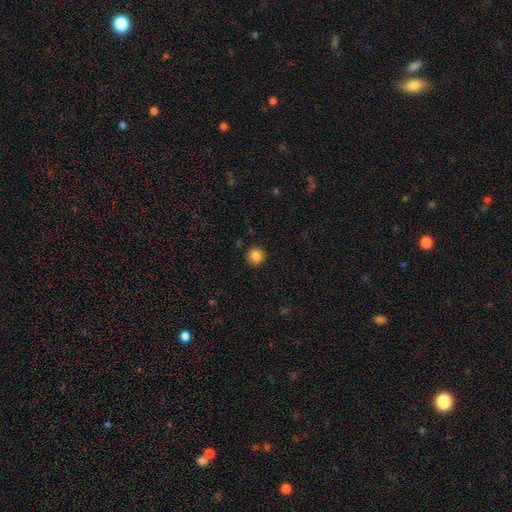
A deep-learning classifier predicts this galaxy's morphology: The model was most divided on "smooth or featured": smooth: 86%, star or artifact: 10%, featured or disk: 5%. More confident: how rounded — round (94%); merging — none (91%).